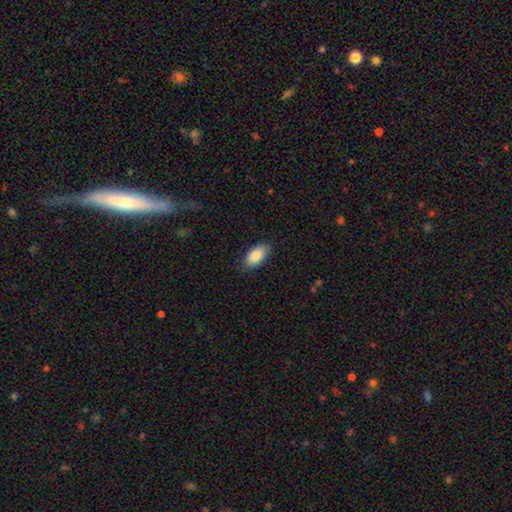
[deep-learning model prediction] The model was most divided on "merging": none: 81%, minor disturbance: 15%, major disturbance: 3%, merger: 1%. More confident: how rounded — in between (93%); smooth or featured — smooth (86%).